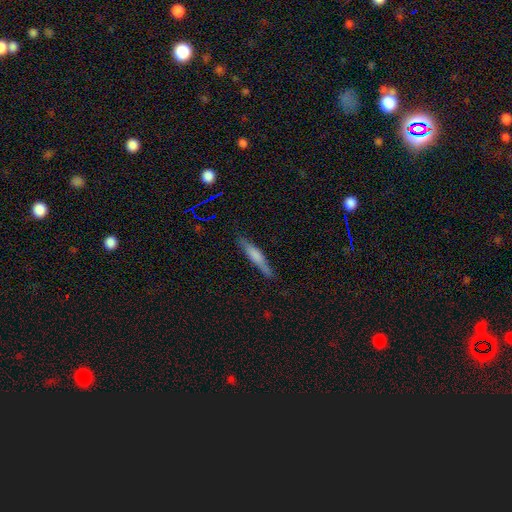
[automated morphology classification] A smooth galaxy with no disk features (60%) that is cigar-shaped (90%). Merging: none (81%).